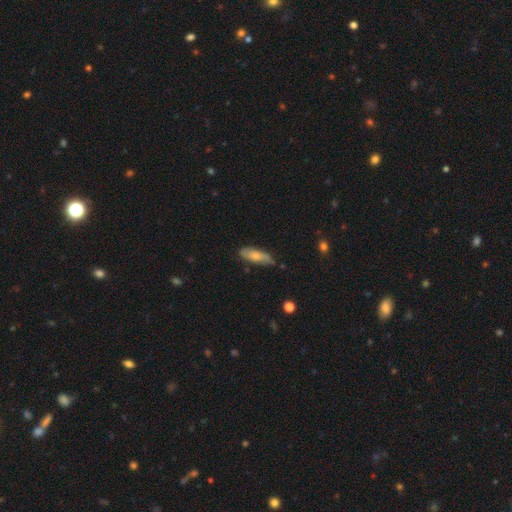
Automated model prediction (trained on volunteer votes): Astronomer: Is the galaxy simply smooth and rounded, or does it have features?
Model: smooth — 67%.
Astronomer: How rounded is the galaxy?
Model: in between — 58% (runner-up: cigar-shaped, 39%).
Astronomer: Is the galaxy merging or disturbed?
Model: none — 70%.